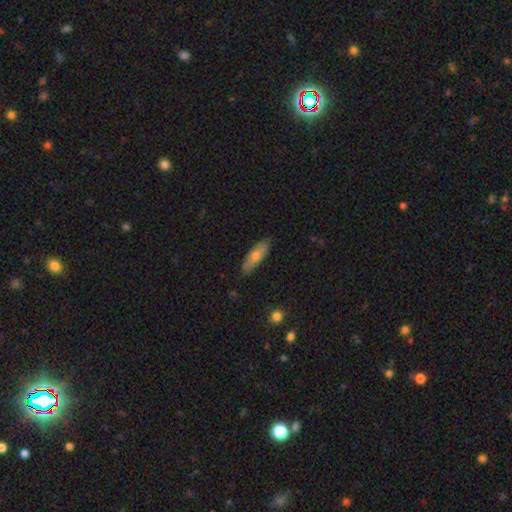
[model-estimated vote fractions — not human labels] This appears to be a smooth galaxy with no disk features (64%) that is in between round and cigar-shaped (50%). Merging: none (85%).